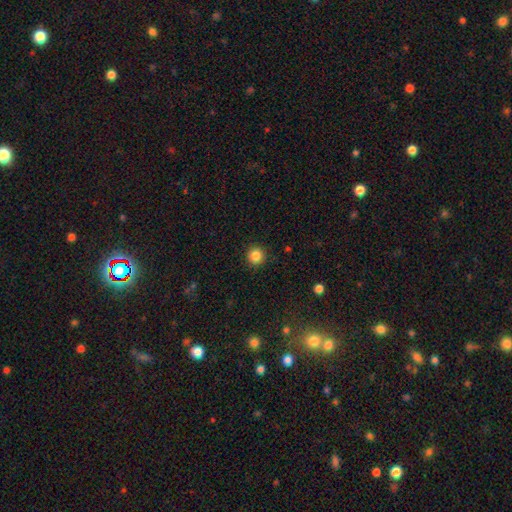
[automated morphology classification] Q: Smooth or featured?
A: smooth (85%); runner-up: star or artifact (11%)
Q: How rounded?
A: round (95%); runner-up: in between (4%)
Q: Merging?
A: none (92%); runner-up: minor disturbance (5%)